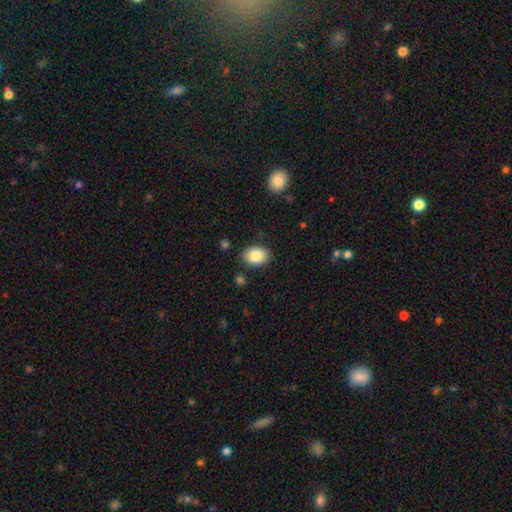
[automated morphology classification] smooth_or_featured: smooth (p=0.86) [alt: star or artifact p=0.07]
how_rounded: in between (p=0.74) [alt: round p=0.25]
merging: none (p=0.86) [alt: minor disturbance p=0.09]